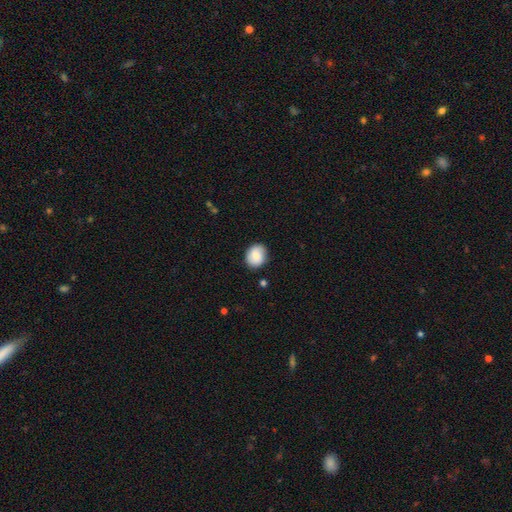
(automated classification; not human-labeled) Morphology: type=smooth (75%); roundness=round (66%); merging=none (84%).